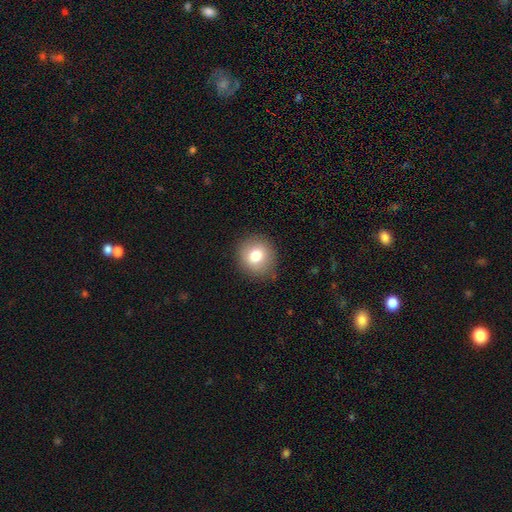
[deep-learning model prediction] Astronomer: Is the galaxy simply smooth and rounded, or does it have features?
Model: smooth — 78%.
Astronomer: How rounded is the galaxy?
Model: round — 84%.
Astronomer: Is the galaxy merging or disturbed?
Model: none — 87%.